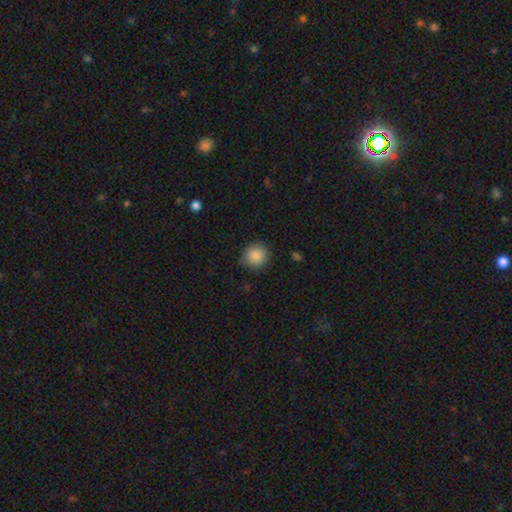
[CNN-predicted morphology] The model was most divided on "merging": none: 85%, minor disturbance: 11%, major disturbance: 3%, merger: 1%. More confident: how rounded — round (90%); smooth or featured — smooth (87%).